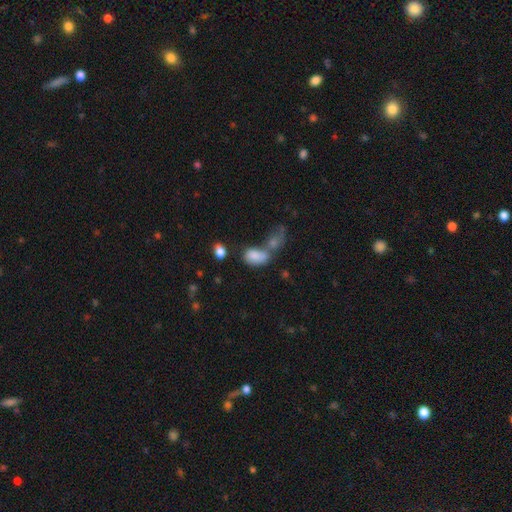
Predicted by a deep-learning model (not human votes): smooth-or-featured: smooth: 80% | featured or disk: 10% | star or artifact: 9%
  how-rounded: in between: 89% | round: 9% | cigar-shaped: 2%
  merging: merger: 49% | none: 28% | minor disturbance: 13% | major disturbance: 9%